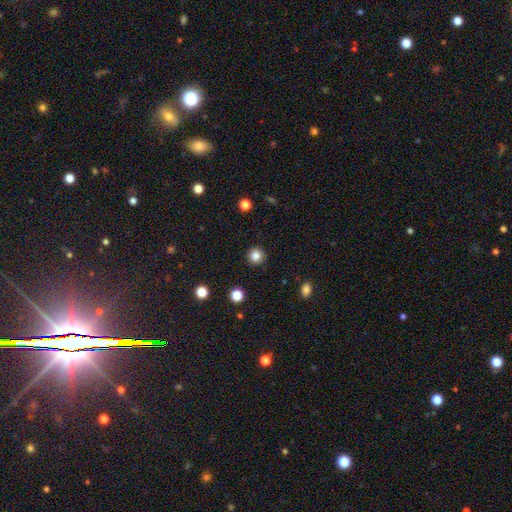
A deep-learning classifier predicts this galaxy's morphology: A smooth galaxy with no disk features (84%) that is round (94%).

Vote fractions:
- Smooth or featured? smooth: 84% / star or artifact: 11% / featured or disk: 5%
- How rounded? round: 94% / in between: 5% / cigar-shaped: 1%
- Merging? none: 91% / minor disturbance: 6% / major disturbance: 2% / merger: 1%